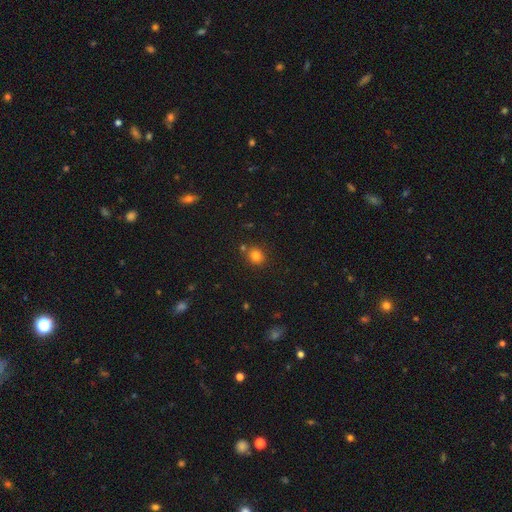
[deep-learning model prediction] Q: Smooth or featured?
A: smooth (81%); runner-up: star or artifact (13%)
Q: How rounded?
A: round (77%); runner-up: in between (22%)
Q: Merging?
A: none (76%); runner-up: merger (11%)